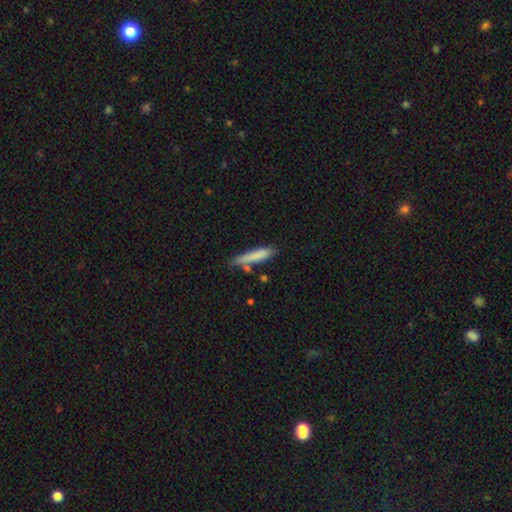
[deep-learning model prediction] smooth_or_featured: smooth (p=0.81) [alt: featured or disk p=0.13]
how_rounded: cigar-shaped (p=0.88) [alt: in between p=0.11]
merging: none (p=0.69) [alt: minor disturbance p=0.19]